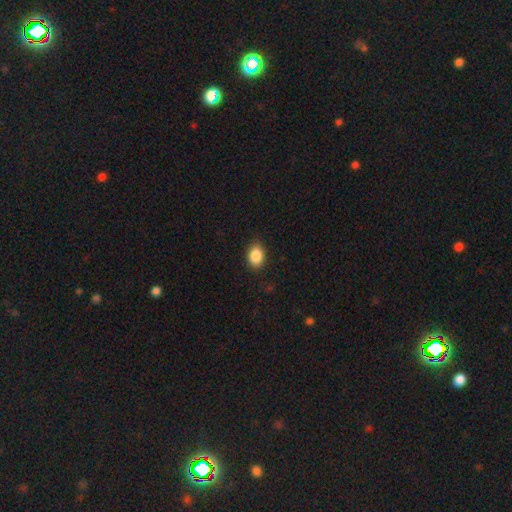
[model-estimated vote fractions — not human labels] Smooth or featured? Predicted: smooth (p=0.87). How rounded? Predicted: in between (p=0.75). Merging? Predicted: none (p=0.86).